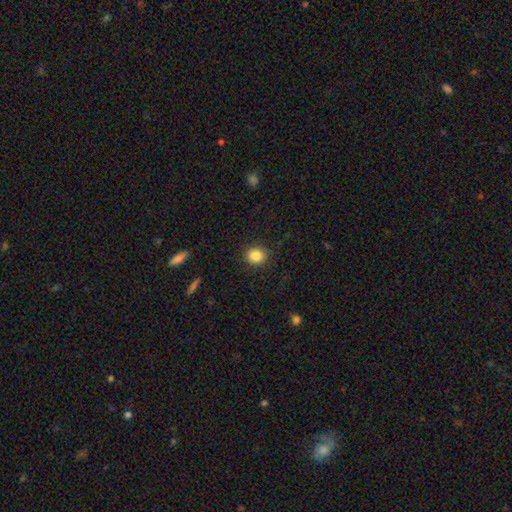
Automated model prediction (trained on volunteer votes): The model was most divided on "how rounded": round: 79%, in between: 20%, cigar-shaped: 1%. More confident: merging — none (89%); smooth or featured — smooth (85%).